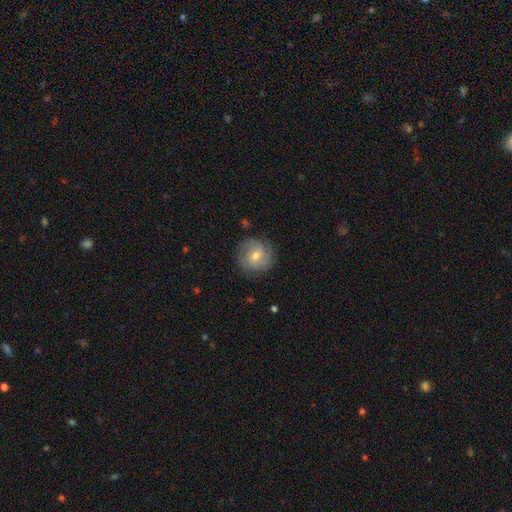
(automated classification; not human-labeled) featured or disk 63%, smooth 30%, star or artifact 7%. Down the decision tree: edge-on disk — no (97%); bar — no (55%); spiral arms — yes (88%); spiral arm count — 2 (30%); spiral winding — tight (56%); bulge size — moderate (57%); merging — none (82%).